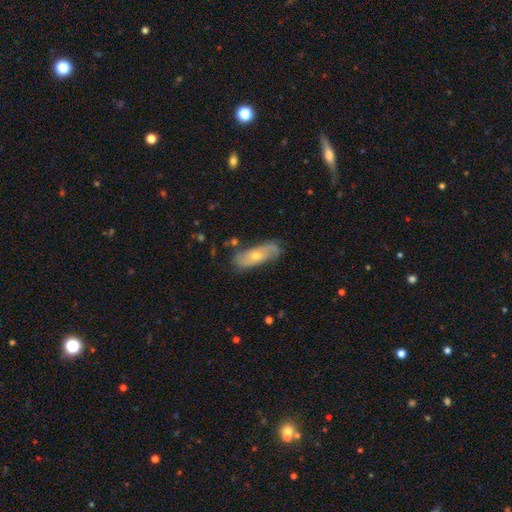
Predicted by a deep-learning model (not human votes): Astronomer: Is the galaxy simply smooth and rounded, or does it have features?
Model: featured or disk — 61%.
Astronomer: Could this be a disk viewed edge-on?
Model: no — 84%.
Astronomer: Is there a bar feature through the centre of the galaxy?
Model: no — 70%.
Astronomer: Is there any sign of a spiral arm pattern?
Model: yes — 83%.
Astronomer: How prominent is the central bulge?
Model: moderate — 49% (runner-up: small, 47%).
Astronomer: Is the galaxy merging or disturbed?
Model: none — 71%.